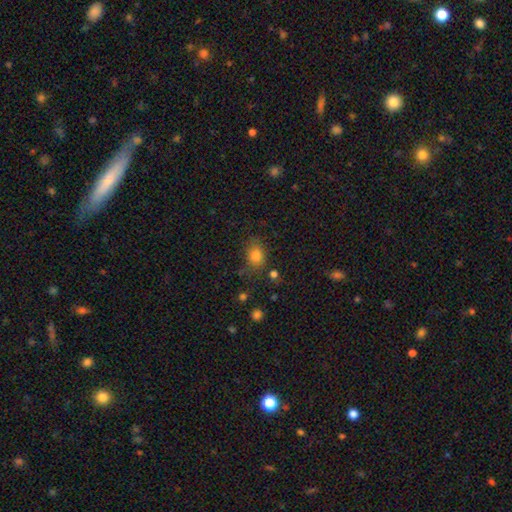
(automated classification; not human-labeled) The model was most divided on "how rounded": round: 51%, in between: 48%, cigar-shaped: 1%. More confident: smooth or featured — smooth (81%); merging — none (69%).